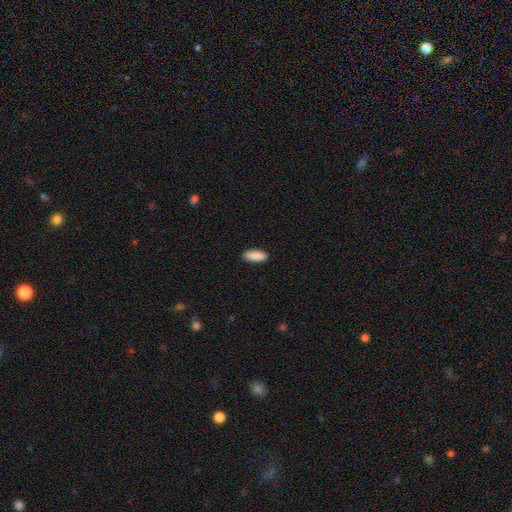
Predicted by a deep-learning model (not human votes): Morphology: type=smooth (91%); roundness=in between (73%); merging=none (90%).